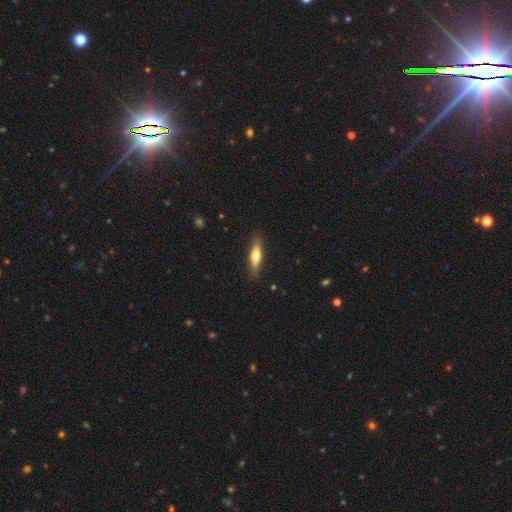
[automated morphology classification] Smooth or featured? smooth (67%)
How rounded? cigar-shaped (65%)
Merging? none (85%)